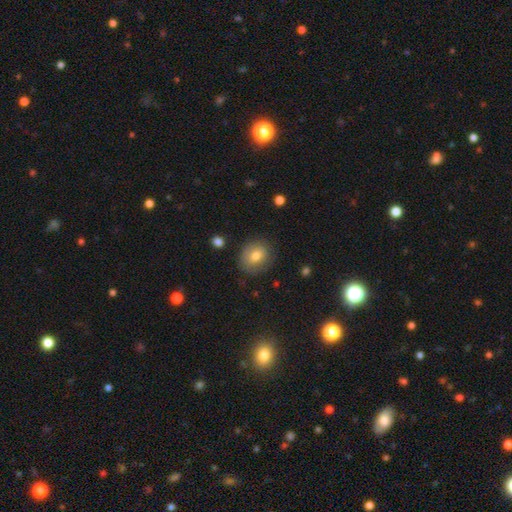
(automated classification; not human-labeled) Overall: smooth (75%). How rounded: round (60%; in between 39%). Merging: none (77%).